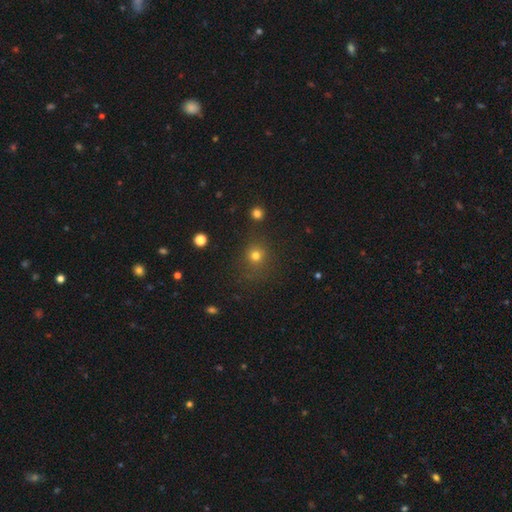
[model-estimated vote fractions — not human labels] Smooth or featured?
  - smooth: 74% *
  - star or artifact: 19%
  - featured or disk: 7%
How rounded?
  - round: 87% *
  - in between: 12%
  - cigar-shaped: 1%
Merging?
  - none: 81% *
  - minor disturbance: 10%
  - major disturbance: 5%
  - merger: 4%